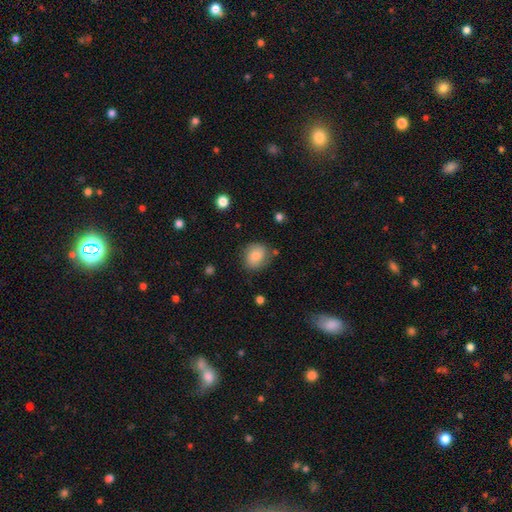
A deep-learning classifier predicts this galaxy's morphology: Smooth or featured: smooth — 80% (featured or disk — 11%)
How rounded: round — 76% (in between — 23%)
Merging: none — 77% (minor disturbance — 16%)